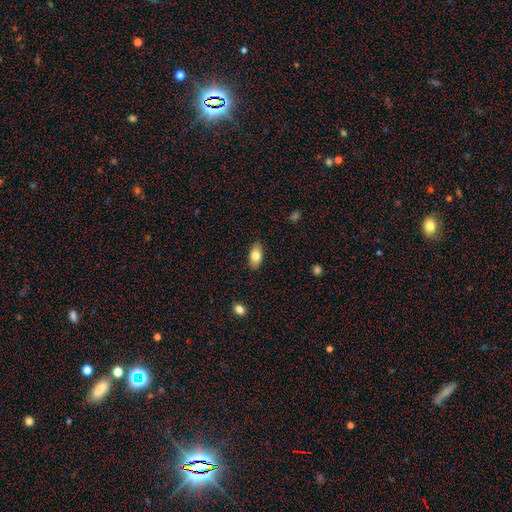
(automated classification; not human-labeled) This appears to be a smooth galaxy with no disk features (79%) that is in between round and cigar-shaped (90%). Merging: none (87%).